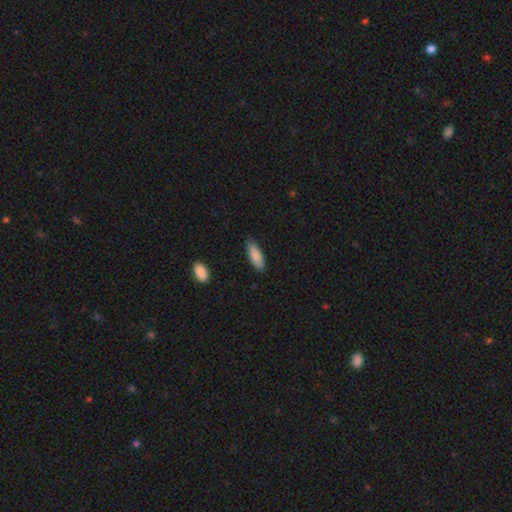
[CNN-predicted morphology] smooth 87%, featured or disk 7%, star or artifact 6%. Down the decision tree: how rounded — in between (63%); merging — none (86%).